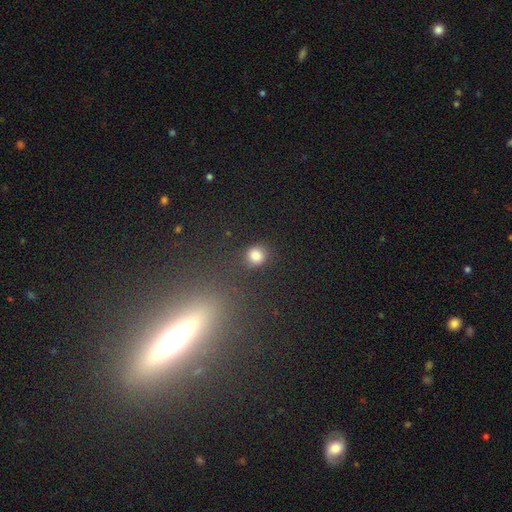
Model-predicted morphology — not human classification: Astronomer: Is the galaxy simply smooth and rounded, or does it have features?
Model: smooth — 83%.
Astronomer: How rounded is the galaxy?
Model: round — 85%.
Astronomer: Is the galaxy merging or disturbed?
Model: none — 84%.